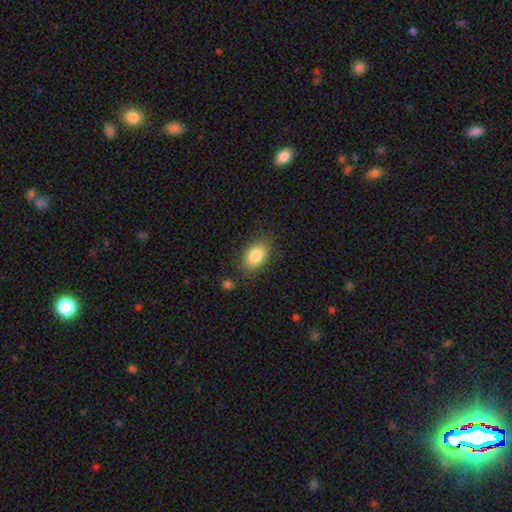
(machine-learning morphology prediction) The model was most divided on "merging": none: 81%, minor disturbance: 14%, major disturbance: 4%, merger: 2%. More confident: how rounded — in between (86%); smooth or featured — smooth (84%).